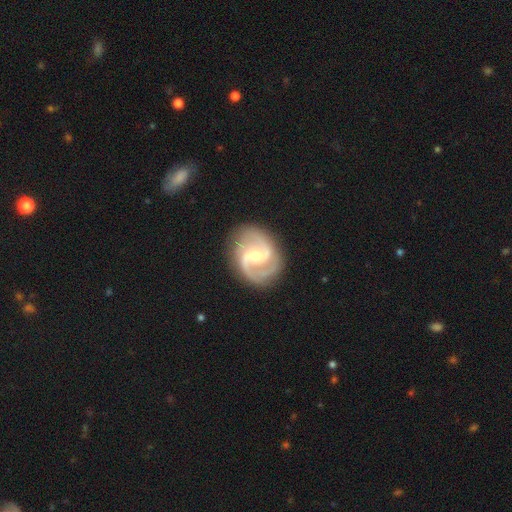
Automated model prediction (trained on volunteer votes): This appears to be a featured or disk galaxy (91%) with a weak bar (51%), 2 (85%) medium (59%) spiral arms (98%) and a moderate central bulge (52%). Merging: none (82%).